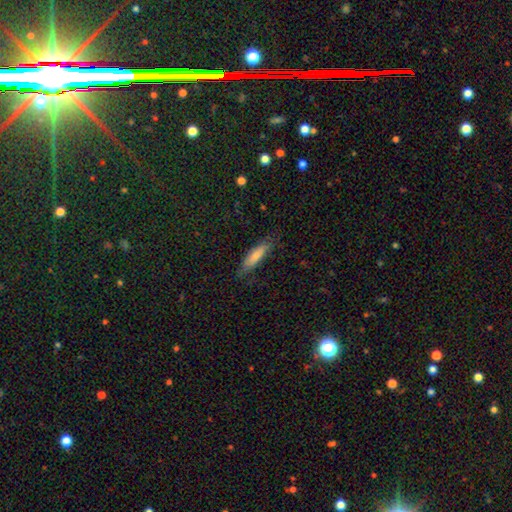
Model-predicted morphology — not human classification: A smooth galaxy with no disk features (78%) that is cigar-shaped (66%). Merging: none (75%).